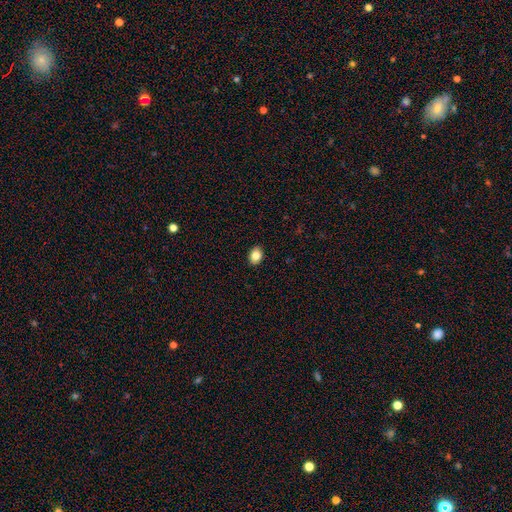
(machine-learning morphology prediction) A smooth galaxy with no disk features (84%) that is in between round and cigar-shaped (63%). Merging: none (91%).